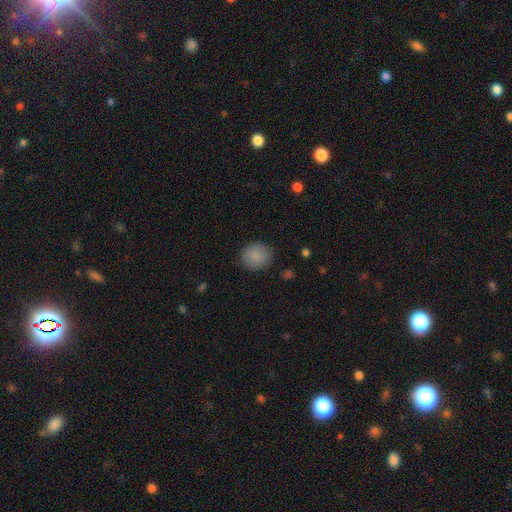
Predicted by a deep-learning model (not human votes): smooth_or_featured: smooth (p=0.87) [alt: star or artifact p=0.08]
how_rounded: round (p=0.82) [alt: in between p=0.17]
merging: none (p=0.87) [alt: minor disturbance p=0.09]